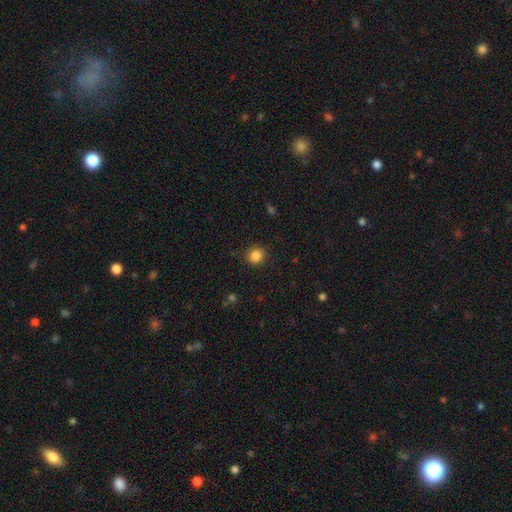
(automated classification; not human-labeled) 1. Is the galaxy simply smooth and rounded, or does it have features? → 85% smooth, 11% star or artifact, 4% featured or disk.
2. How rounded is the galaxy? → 87% round, 12% in between, 1% cigar-shaped.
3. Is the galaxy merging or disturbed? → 89% none, 7% minor disturbance, 2% major disturbance, 1% merger.